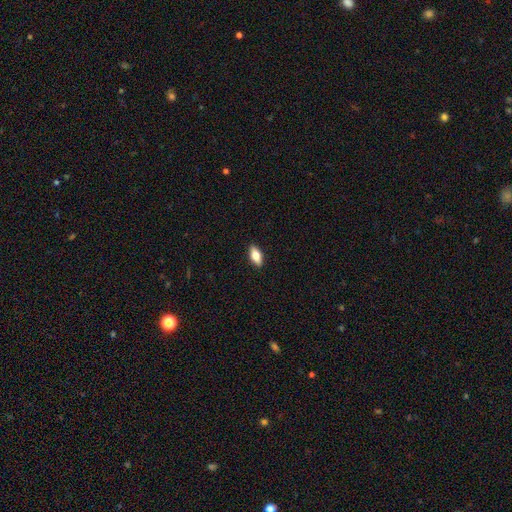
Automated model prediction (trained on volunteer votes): Morphology: type=smooth (69%); roundness=in between (81%); merging=none (89%).